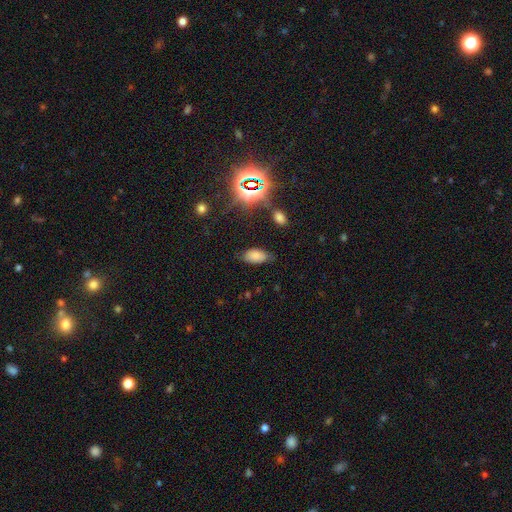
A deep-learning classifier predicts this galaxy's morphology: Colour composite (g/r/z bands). It shows a smooth galaxy with no disk features (75%) that is in between round and cigar-shaped (94%). Merging: none (69%).